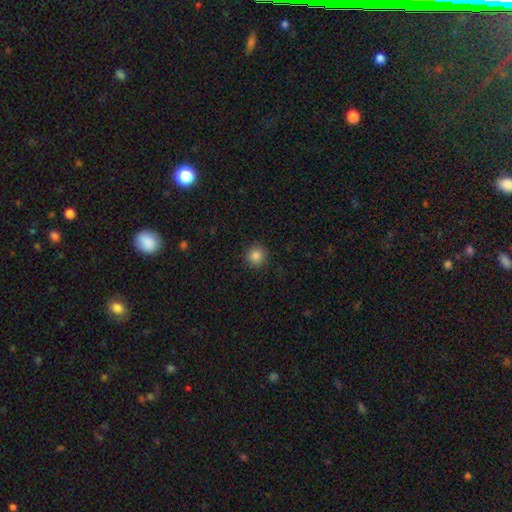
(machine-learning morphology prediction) Smooth or featured?
  - smooth: 85% *
  - star or artifact: 11%
  - featured or disk: 4%
How rounded?
  - round: 93% *
  - in between: 6%
  - cigar-shaped: 1%
Merging?
  - none: 91% *
  - minor disturbance: 6%
  - major disturbance: 2%
  - merger: 1%